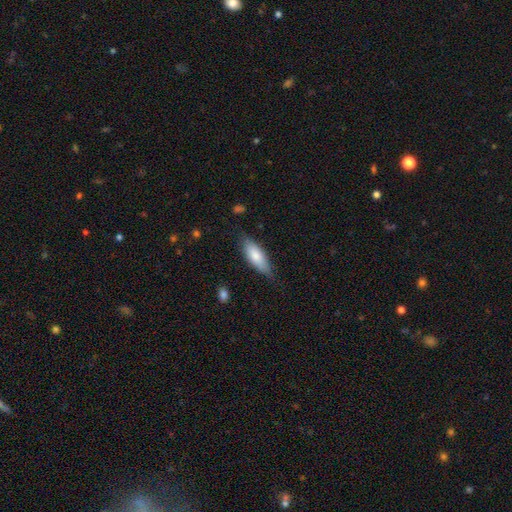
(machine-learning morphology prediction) smooth-or-featured: smooth: 77% | featured or disk: 18% | star or artifact: 6%
  how-rounded: in between: 65% | cigar-shaped: 33% | round: 2%
  merging: none: 74% | minor disturbance: 20% | major disturbance: 4% | merger: 1%